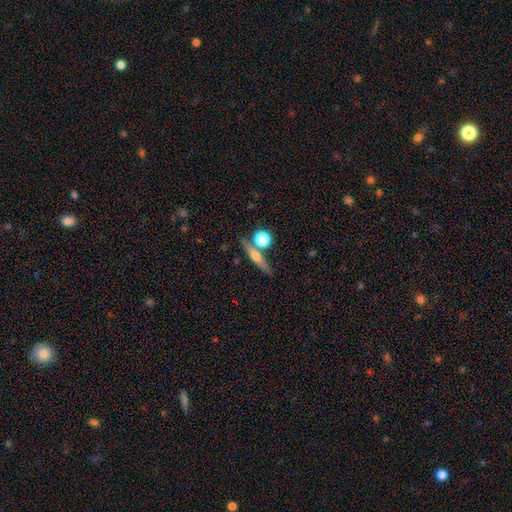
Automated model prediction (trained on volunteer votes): Smooth or featured? Predicted: featured or disk (p=0.47). Merging? Predicted: none (p=0.75).